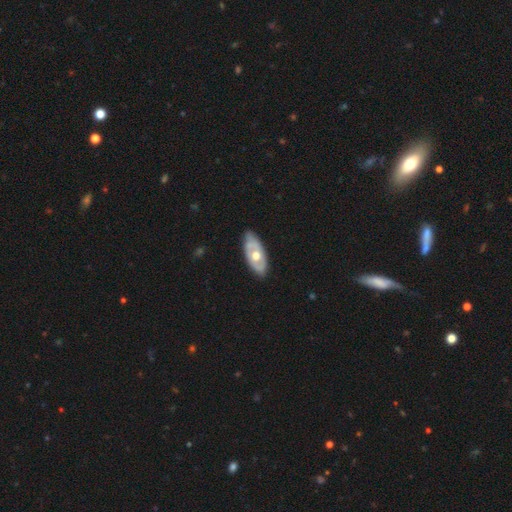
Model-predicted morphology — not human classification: type=featured or disk (57%); edge-on=no (82%); merging=none (74%).